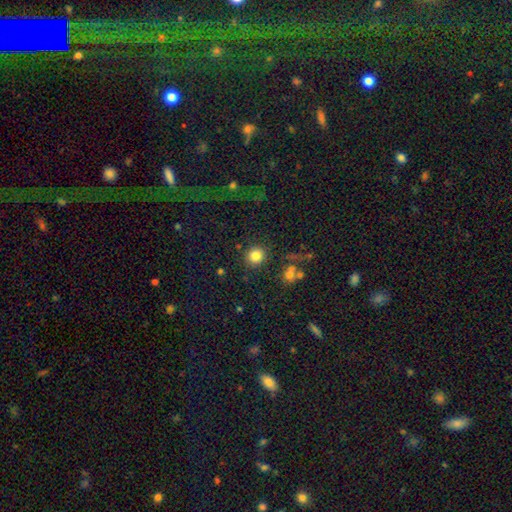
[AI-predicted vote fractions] smooth-or-featured: smooth: 83% | star or artifact: 11% | featured or disk: 5%
  how-rounded: round: 88% | in between: 11% | cigar-shaped: 1%
  merging: none: 84% | minor disturbance: 8% | merger: 4% | major disturbance: 4%